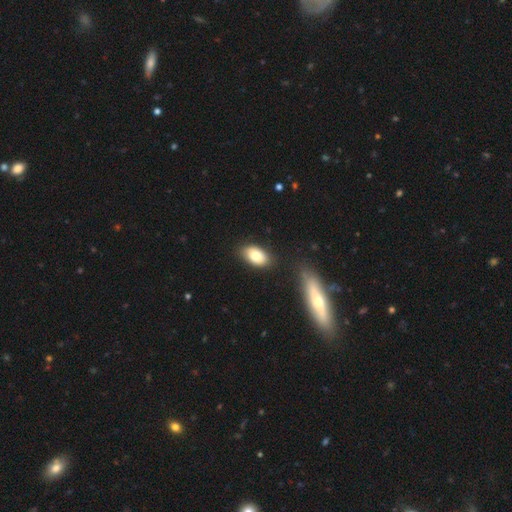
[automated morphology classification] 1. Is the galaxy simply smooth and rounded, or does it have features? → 80% smooth, 13% featured or disk, 7% star or artifact.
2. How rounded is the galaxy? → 91% in between, 7% round, 2% cigar-shaped.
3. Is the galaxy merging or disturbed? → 82% none, 12% minor disturbance, 3% merger, 3% major disturbance.